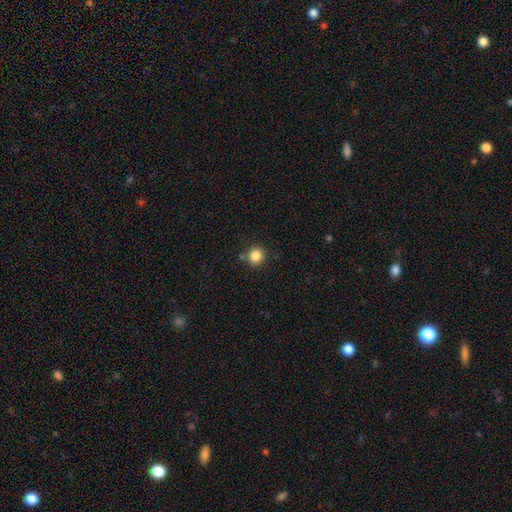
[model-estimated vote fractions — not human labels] smooth_or_featured: smooth (p=0.85) [alt: star or artifact p=0.11]
how_rounded: round (p=0.90) [alt: in between p=0.10]
merging: none (p=0.81) [alt: minor disturbance p=0.09]